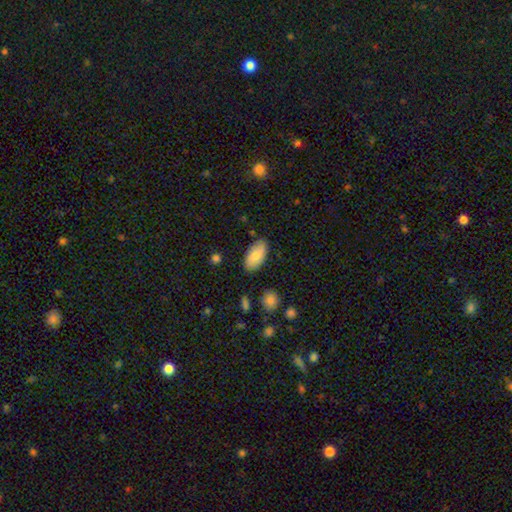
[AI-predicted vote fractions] Smooth or featured? Predicted: smooth (p=0.84). How rounded? Predicted: in between (p=0.94). Merging? Predicted: none (p=0.83).